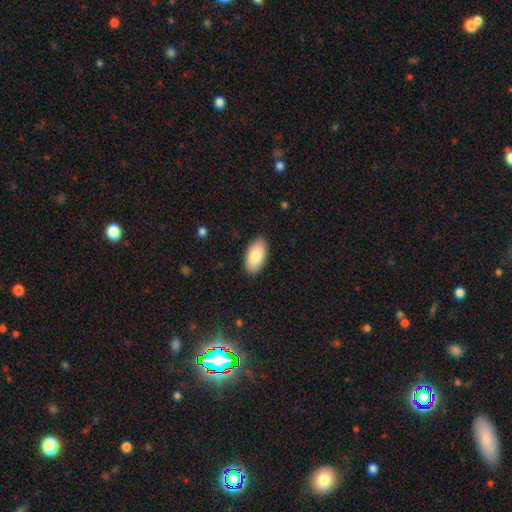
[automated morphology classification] A smooth galaxy with no disk features (85%) that is in between round and cigar-shaped (95%). Merging: none (89%).